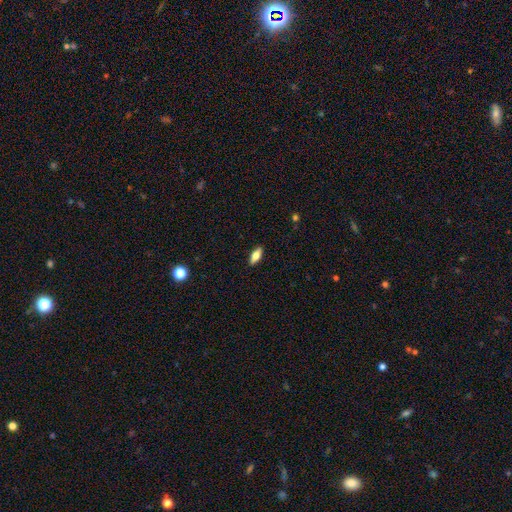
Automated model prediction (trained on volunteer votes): Smooth or featured?
  - smooth: 71% *
  - featured or disk: 22%
  - star or artifact: 7%
How rounded?
  - in between: 76% *
  - cigar-shaped: 21%
  - round: 3%
Merging?
  - none: 89% *
  - minor disturbance: 8%
  - major disturbance: 2%
  - merger: 1%